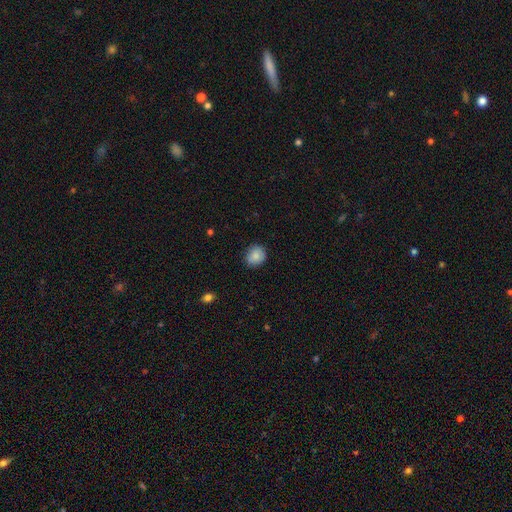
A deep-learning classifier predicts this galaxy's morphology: Overall: smooth (87%). How rounded: round (76%). Merging: none (83%).